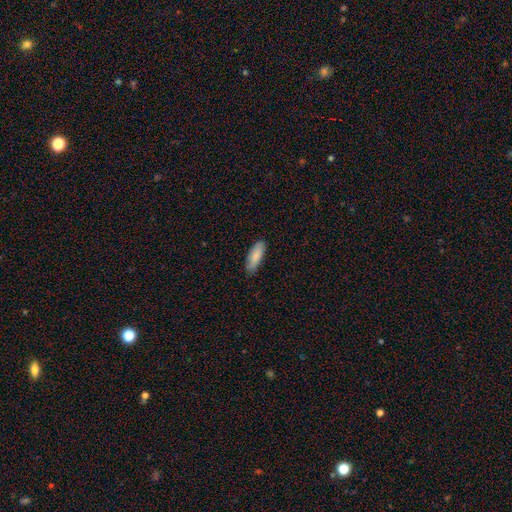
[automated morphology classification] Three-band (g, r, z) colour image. It shows a smooth galaxy with no disk features (86%) that is in between round and cigar-shaped (64%). Merging: none (84%).